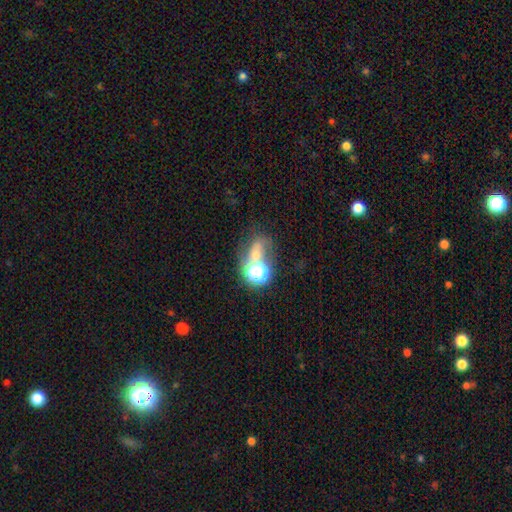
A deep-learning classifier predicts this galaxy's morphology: Overall: smooth (46%; star or artifact 32%). Merging: none (38%; merger 37%).